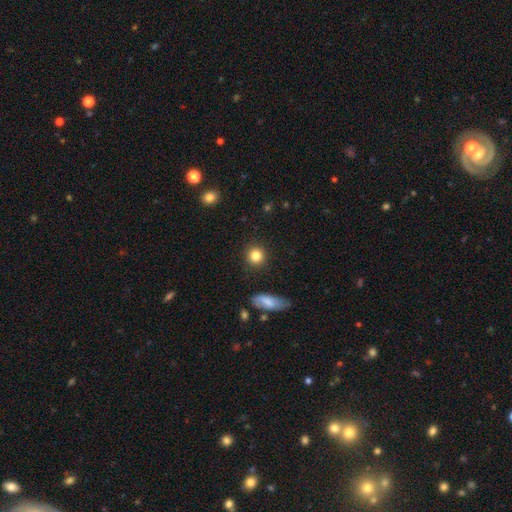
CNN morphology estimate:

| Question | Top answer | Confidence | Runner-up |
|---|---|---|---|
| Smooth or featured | smooth | 84% | star or artifact (10%) |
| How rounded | round | 90% | in between (9%) |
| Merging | none | 89% | minor disturbance (7%) |